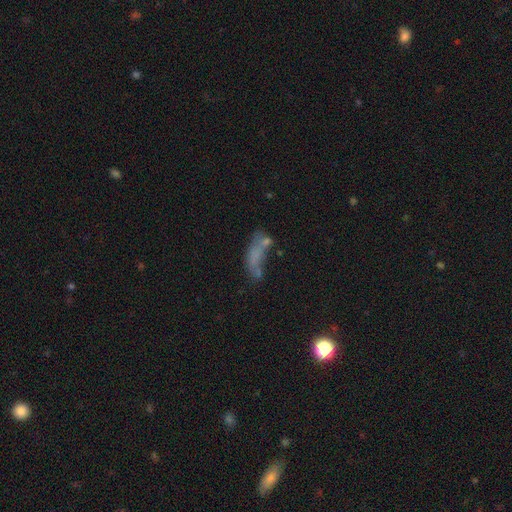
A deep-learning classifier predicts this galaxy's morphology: Q: Smooth or featured?
A: smooth (49%); runner-up: featured or disk (32%)
Q: Merging?
A: none (30%); runner-up: merger (27%)